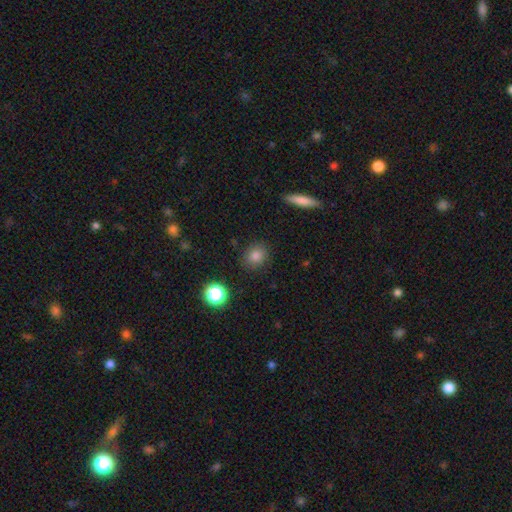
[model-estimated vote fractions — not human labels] Morphology: type=smooth (82%); roundness=round (71%); merging=none (87%).